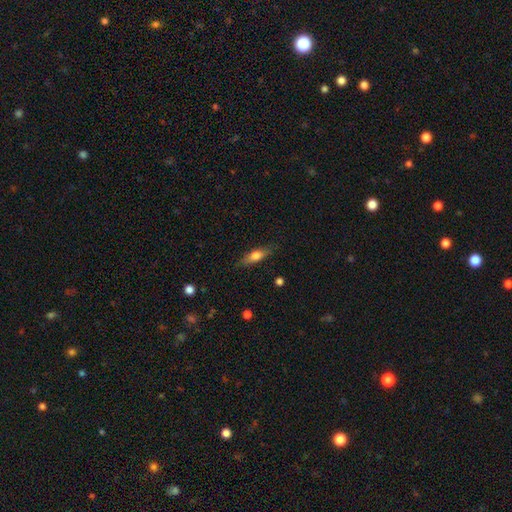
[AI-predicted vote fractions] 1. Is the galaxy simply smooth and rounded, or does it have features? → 65% smooth, 28% featured or disk, 7% star or artifact.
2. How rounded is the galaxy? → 53% in between, 44% cigar-shaped, 3% round.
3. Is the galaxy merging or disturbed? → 81% none, 15% minor disturbance, 3% major disturbance, 1% merger.